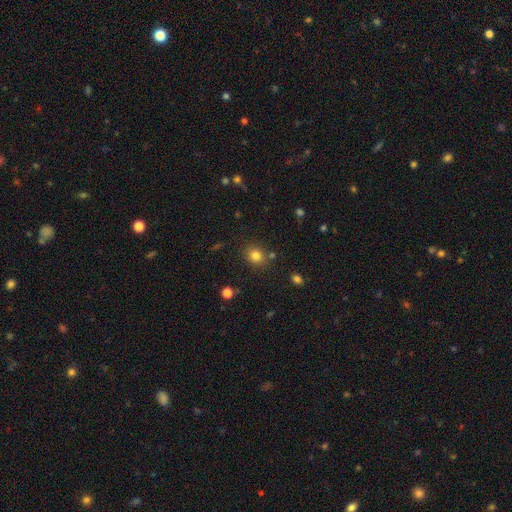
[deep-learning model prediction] Overall: smooth (80%). How rounded: round (72%). Merging: none (80%).